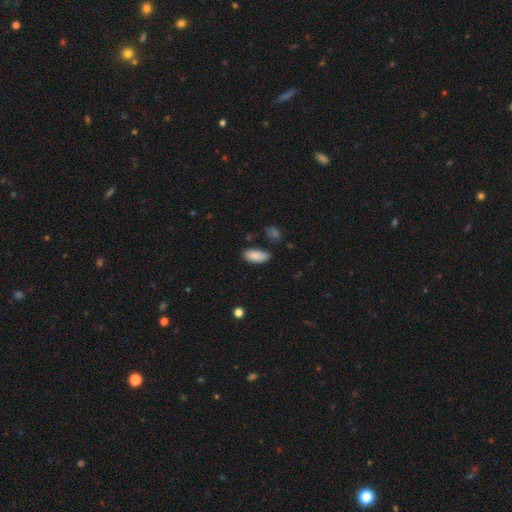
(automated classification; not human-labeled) Smooth or featured?
  - smooth: 88% *
  - star or artifact: 7%
  - featured or disk: 5%
How rounded?
  - in between: 90% *
  - cigar-shaped: 8%
  - round: 2%
Merging?
  - none: 70% *
  - minor disturbance: 22%
  - major disturbance: 4%
  - merger: 4%